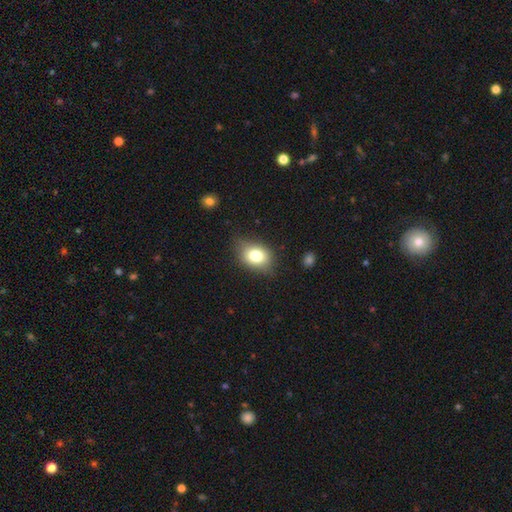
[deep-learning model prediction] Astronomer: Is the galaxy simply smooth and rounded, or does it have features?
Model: smooth — 76%.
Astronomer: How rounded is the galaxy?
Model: in between — 68%.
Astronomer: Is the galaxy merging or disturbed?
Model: none — 72%.